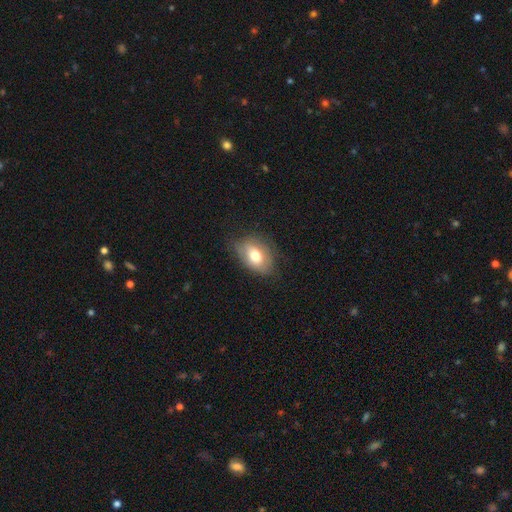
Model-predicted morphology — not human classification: Overall: smooth (70%). How rounded: in between (82%). Merging: none (66%).